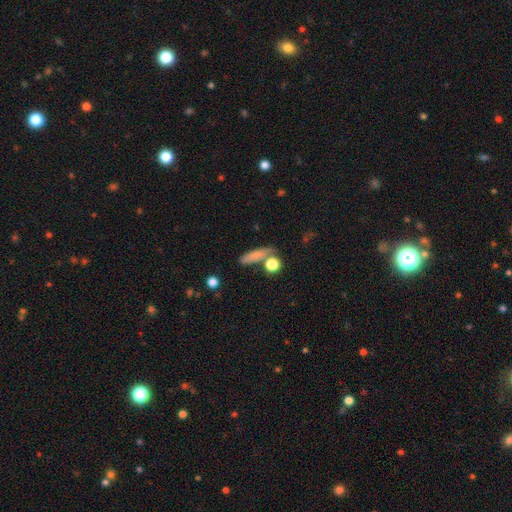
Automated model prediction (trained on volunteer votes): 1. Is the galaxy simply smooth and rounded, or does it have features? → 78% smooth, 13% featured or disk, 9% star or artifact.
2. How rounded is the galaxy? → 61% cigar-shaped, 28% in between, 11% round.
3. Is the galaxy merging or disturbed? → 64% none, 16% minor disturbance, 14% merger, 6% major disturbance.